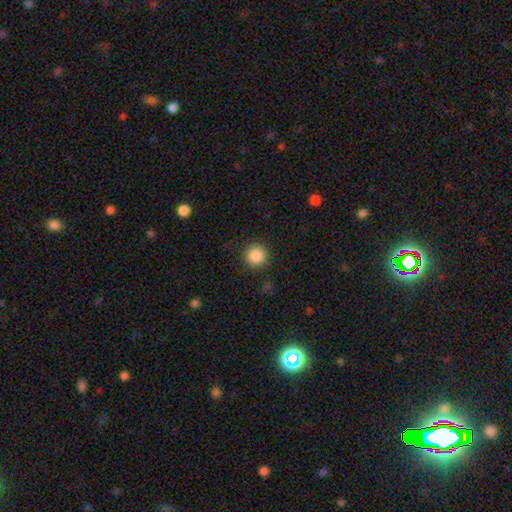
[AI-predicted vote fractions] A smooth galaxy with no disk features (87%) that is round (95%).

Vote fractions:
- Smooth or featured? smooth: 87% / star or artifact: 10% / featured or disk: 3%
- How rounded? round: 95% / in between: 4% / cigar-shaped: 1%
- Merging? none: 90% / minor disturbance: 6% / major disturbance: 3% / merger: 1%